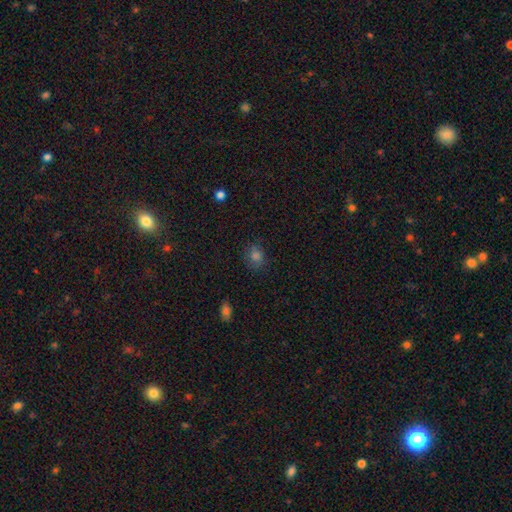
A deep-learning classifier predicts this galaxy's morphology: smooth-or-featured: smooth: 77% | star or artifact: 17% | featured or disk: 6%
  how-rounded: round: 63% | in between: 36% | cigar-shaped: 1%
  merging: none: 80% | minor disturbance: 15% | major disturbance: 4% | merger: 2%